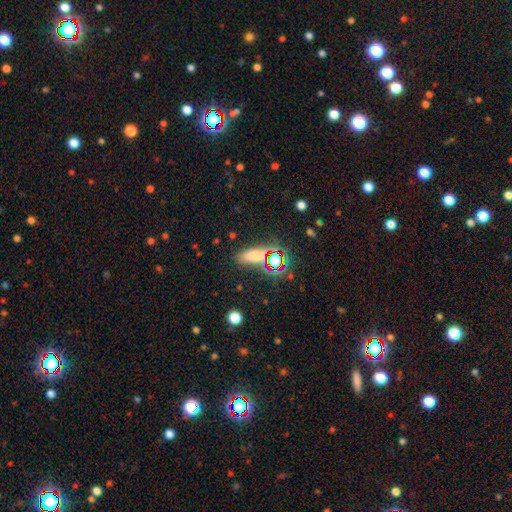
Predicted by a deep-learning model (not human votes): This is possibly a smooth galaxy (50%). Merging: likely none (74%).